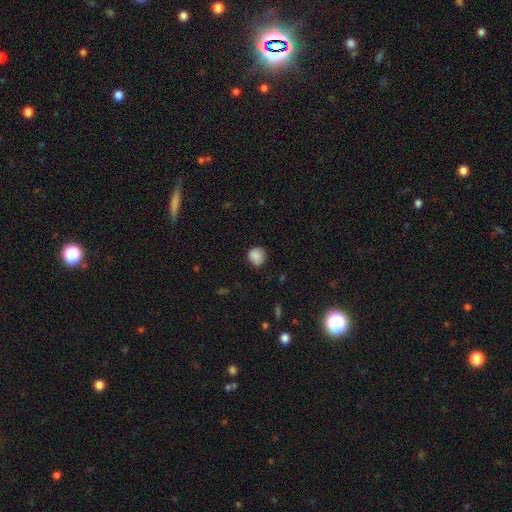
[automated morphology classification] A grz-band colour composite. It shows a smooth galaxy with no disk features (86%) that is round (85%). Merging: none (76%).